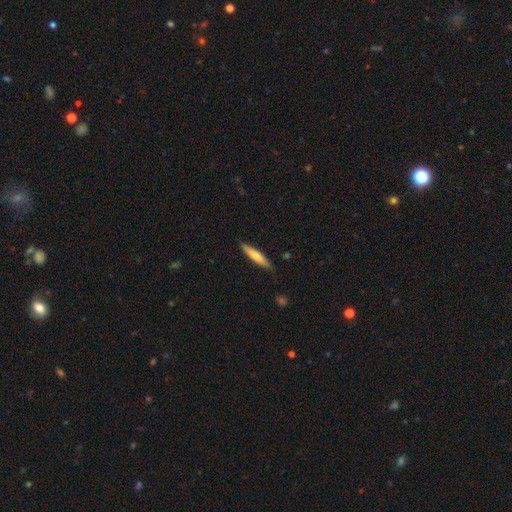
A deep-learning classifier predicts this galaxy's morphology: Smooth or featured? Predicted: smooth (p=0.65). How rounded? Predicted: cigar-shaped (p=0.89). Merging? Predicted: none (p=0.87).